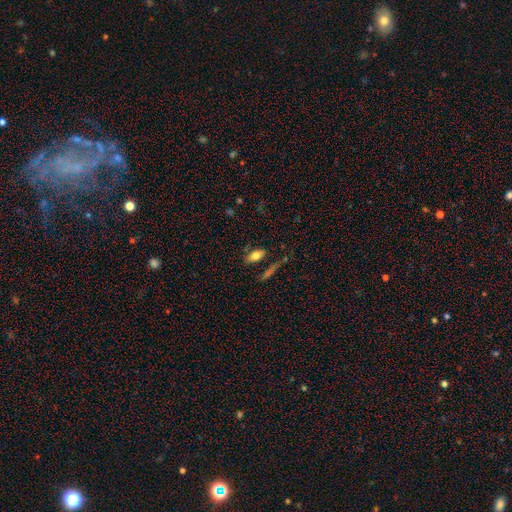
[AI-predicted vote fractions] Morphology: type=smooth (74%); roundness=in between (84%); merging=none (77%).